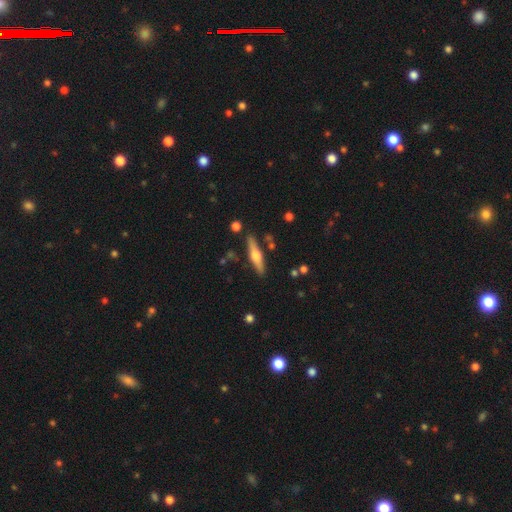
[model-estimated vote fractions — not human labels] Smooth or featured?
  - featured or disk: 60% *
  - smooth: 34%
  - star or artifact: 6%
Edge-on disk?
  - yes: 95% *
  - no: 5%
Edge-on bulge?
  - rounded: 93% *
  - boxy: 4%
  - none: 3%
Merging?
  - none: 85% *
  - minor disturbance: 9%
  - merger: 3%
  - major disturbance: 2%